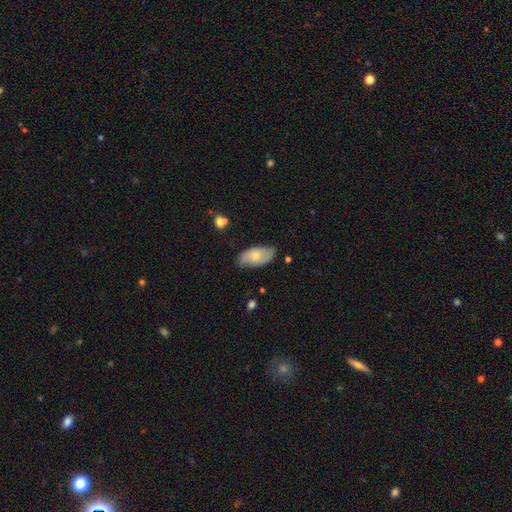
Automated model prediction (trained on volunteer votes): A smooth galaxy with no disk features (61%) that is in between round and cigar-shaped (93%).

Vote fractions:
- Smooth or featured? smooth: 61% / featured or disk: 33% / star or artifact: 6%
- How rounded? in between: 93% / cigar-shaped: 4% / round: 3%
- Merging? none: 73% / minor disturbance: 22% / major disturbance: 4% / merger: 2%